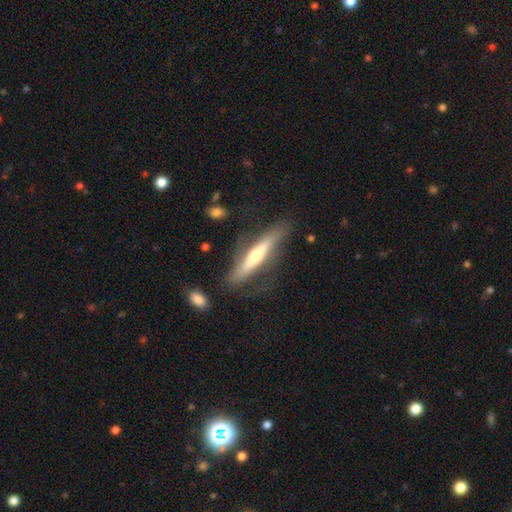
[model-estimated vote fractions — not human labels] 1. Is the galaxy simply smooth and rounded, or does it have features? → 61% featured or disk, 34% smooth, 6% star or artifact.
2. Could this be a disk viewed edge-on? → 87% yes, 13% no.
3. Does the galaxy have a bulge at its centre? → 78% rounded, 13% none, 9% boxy.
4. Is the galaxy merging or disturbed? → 72% none, 17% minor disturbance, 8% major disturbance, 3% merger.